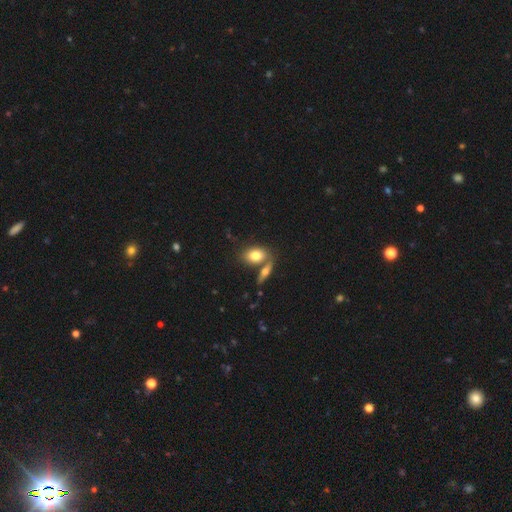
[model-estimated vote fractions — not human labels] Q: Smooth or featured?
A: smooth (76%); runner-up: featured or disk (17%)
Q: How rounded?
A: in between (80%); runner-up: round (16%)
Q: Merging?
A: none (49%); runner-up: merger (37%)